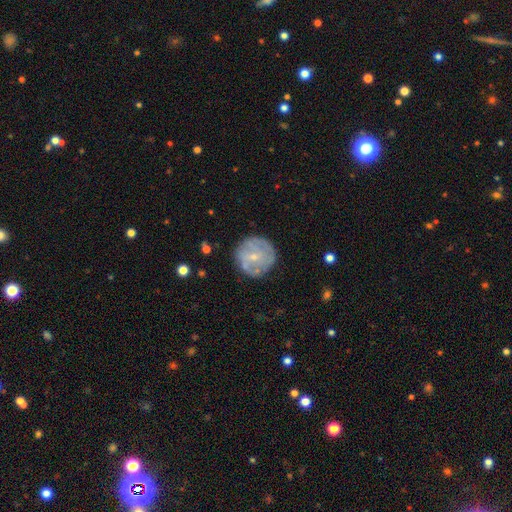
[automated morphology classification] Q: Smooth or featured?
A: featured or disk (55%); runner-up: smooth (38%)
Q: Edge-on disk?
A: no (96%); runner-up: yes (4%)
Q: Bar?
A: no (61%); runner-up: weak (31%)
Q: Spiral arms?
A: yes (53%); runner-up: no (47%)
Q: Bulge size?
A: small (76%); runner-up: moderate (19%)
Q: Merging?
A: none (77%); runner-up: minor disturbance (15%)